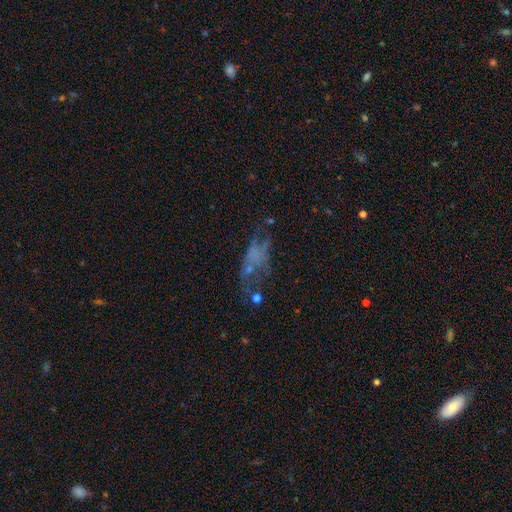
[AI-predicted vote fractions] This appears to be a featured or disk galaxy (46%). Merging: none (37%).